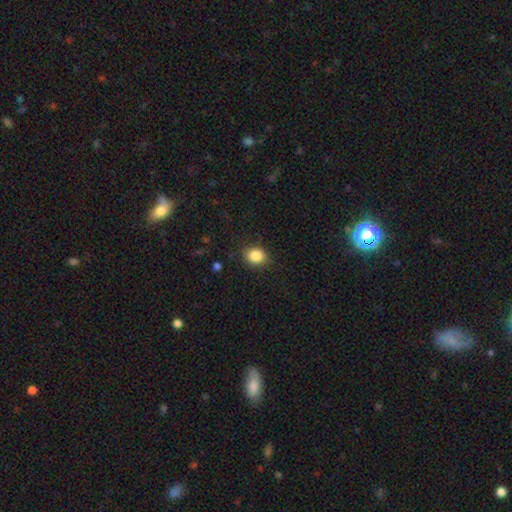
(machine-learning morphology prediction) Smooth or featured?
  - smooth: 86% *
  - star or artifact: 10%
  - featured or disk: 5%
How rounded?
  - round: 61% *
  - in between: 38%
  - cigar-shaped: 1%
Merging?
  - none: 85% *
  - minor disturbance: 11%
  - major disturbance: 3%
  - merger: 1%